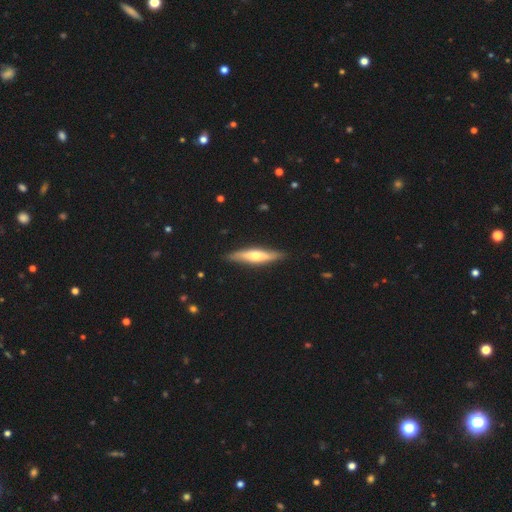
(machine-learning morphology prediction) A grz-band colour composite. It shows a featured or disk galaxy (55%) viewed edge-on (89%). Merging: none (87%).